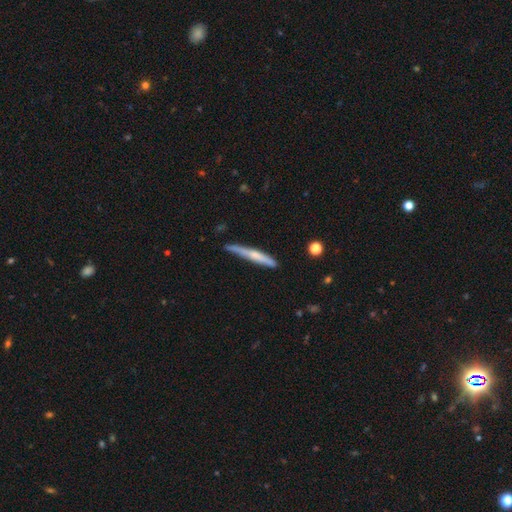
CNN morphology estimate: smooth 48%, featured or disk 46%, star or artifact 6%. Down the decision tree: merging — none (76%).